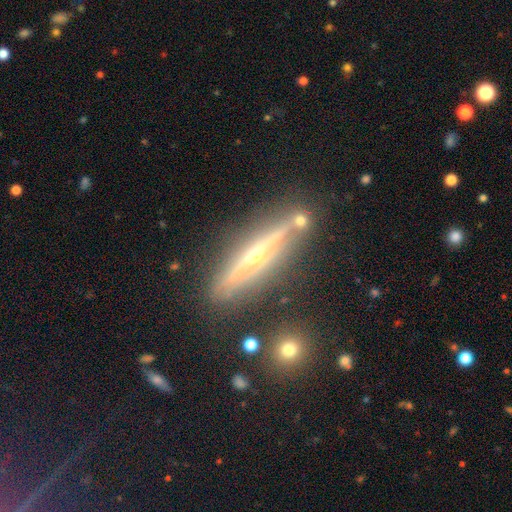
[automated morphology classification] type=featured or disk (82%); edge-on=yes (96%); edge-on bulge=rounded (89%); merging=none (83%).